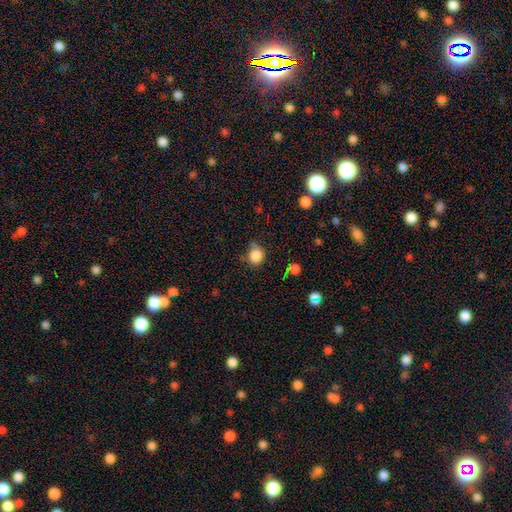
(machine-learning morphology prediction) Smooth or featured? Predicted: smooth (p=0.84). How rounded? Predicted: round (p=0.71). Merging? Predicted: none (p=0.67).